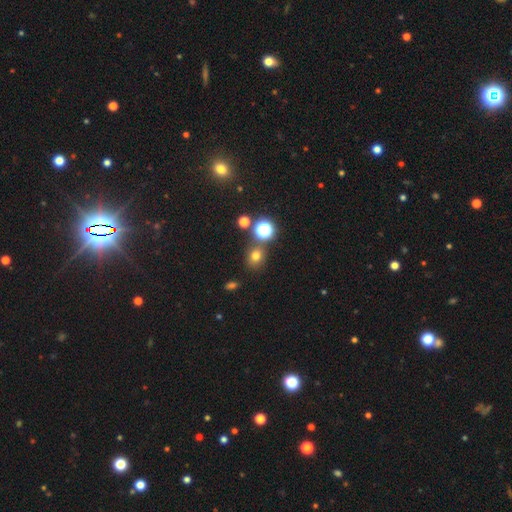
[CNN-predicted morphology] A smooth galaxy with no disk features (69%) that is round (75%). Merging: none (78%).